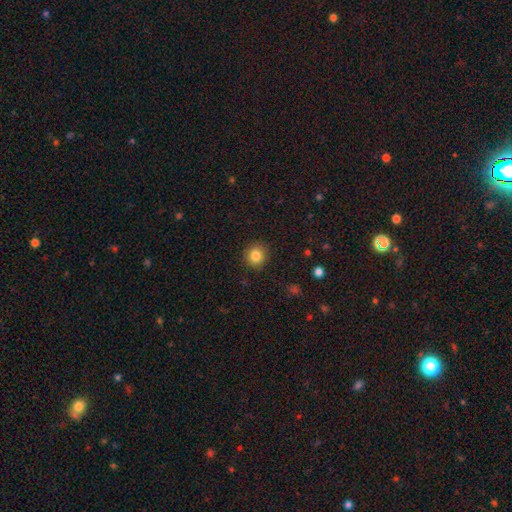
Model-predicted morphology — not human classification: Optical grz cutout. It shows a smooth galaxy with no disk features (84%) that is round (90%). Merging: none (91%).